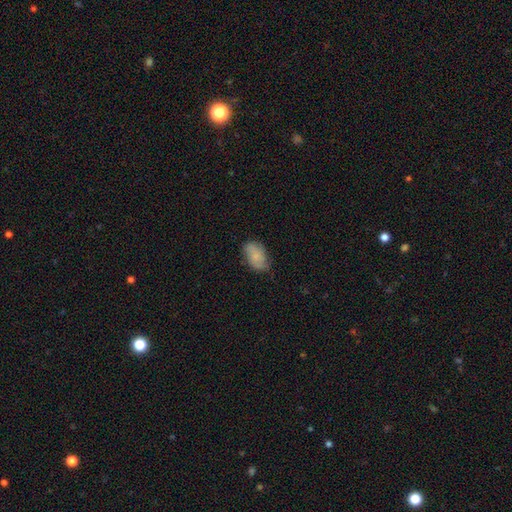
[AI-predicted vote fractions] This appears to be a smooth galaxy with no disk features (69%) that is in between round and cigar-shaped (91%). Merging: none (66%).